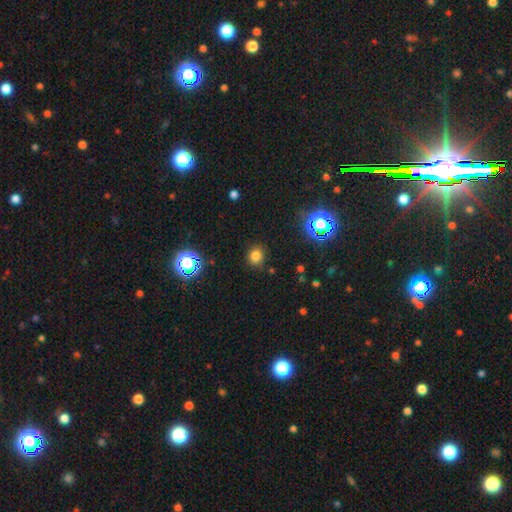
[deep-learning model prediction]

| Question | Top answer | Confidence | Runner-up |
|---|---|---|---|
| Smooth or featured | smooth | 76% | star or artifact (19%) |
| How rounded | round | 79% | in between (20%) |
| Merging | none | 87% | minor disturbance (9%) |